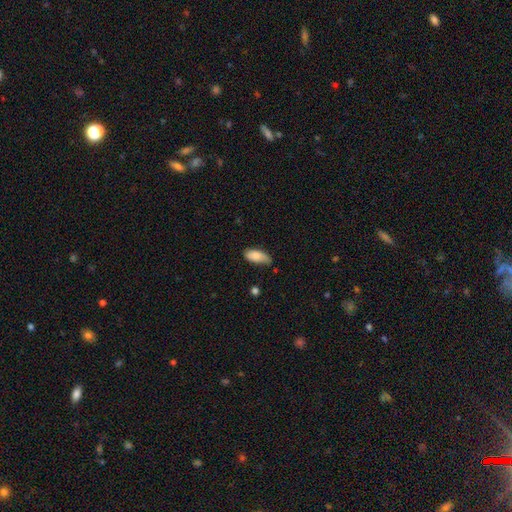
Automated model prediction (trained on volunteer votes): Smooth or featured? Predicted: smooth (p=0.82). How rounded? Predicted: in between (p=0.86). Merging? Predicted: none (p=0.54).